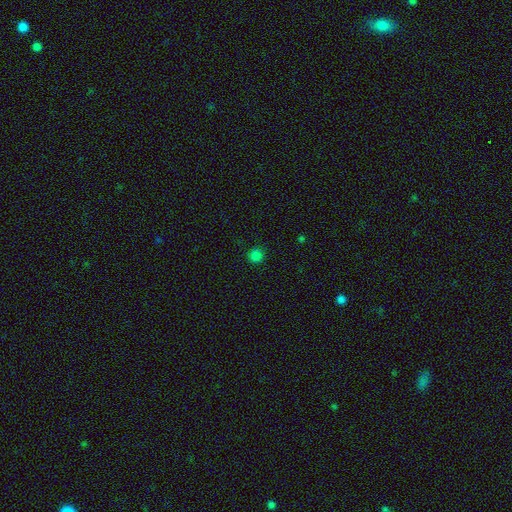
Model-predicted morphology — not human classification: Smooth or featured? smooth (81%)
How rounded? round (94%)
Merging? none (90%)